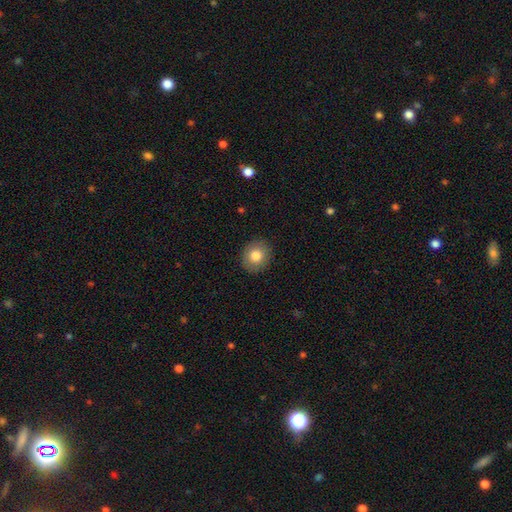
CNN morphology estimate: Smooth or featured: smooth — 80% (featured or disk — 11%)
How rounded: round — 77% (in between — 22%)
Merging: none — 90% (minor disturbance — 7%)